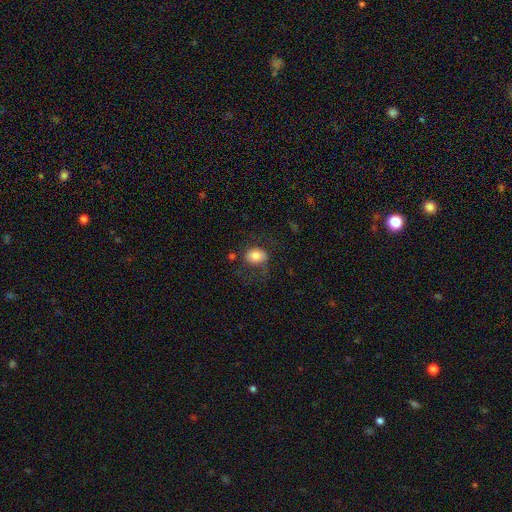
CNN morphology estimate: Smooth or featured?
  - smooth: 73% *
  - featured or disk: 19%
  - star or artifact: 8%
How rounded?
  - in between: 65% *
  - round: 34%
  - cigar-shaped: 1%
Merging?
  - none: 59% *
  - minor disturbance: 20%
  - major disturbance: 18%
  - merger: 3%